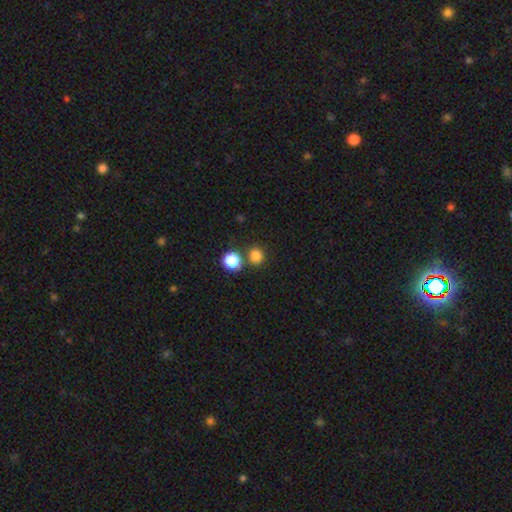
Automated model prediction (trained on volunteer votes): This is clearly a smooth galaxy (82%). How rounded: clearly round (85%). Merging: likely none (72%).